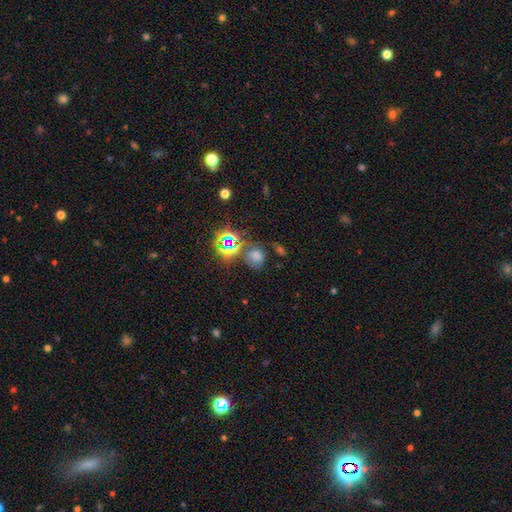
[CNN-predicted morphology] Smooth or featured?
  - smooth: 51% *
  - star or artifact: 38%
  - featured or disk: 10%
How rounded?
  - round: 64% *
  - in between: 34%
  - cigar-shaped: 1%
Merging?
  - none: 60% *
  - minor disturbance: 19%
  - merger: 11%
  - major disturbance: 10%